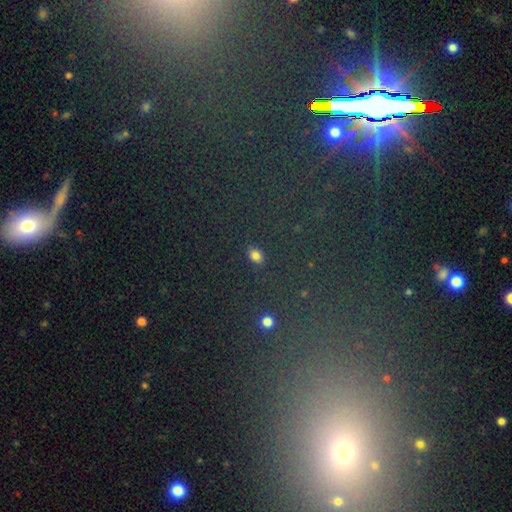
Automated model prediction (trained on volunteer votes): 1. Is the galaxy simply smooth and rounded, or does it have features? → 77% smooth, 17% star or artifact, 6% featured or disk.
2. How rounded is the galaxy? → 73% in between, 25% round, 2% cigar-shaped.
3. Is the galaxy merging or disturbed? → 85% none, 9% minor disturbance, 3% major disturbance, 2% merger.